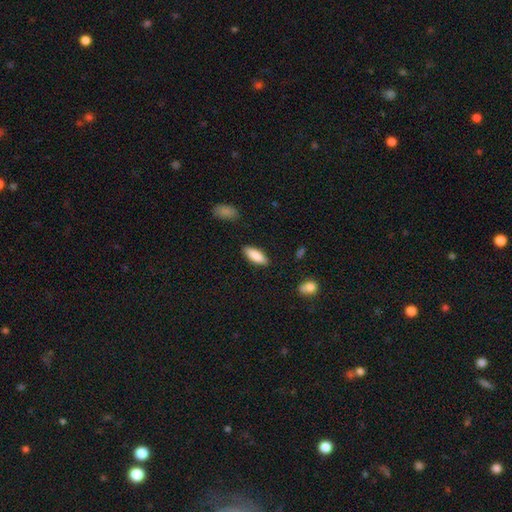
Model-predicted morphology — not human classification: smooth 87%, featured or disk 7%, star or artifact 6%. Down the decision tree: how rounded — in between (73%); merging — none (87%).